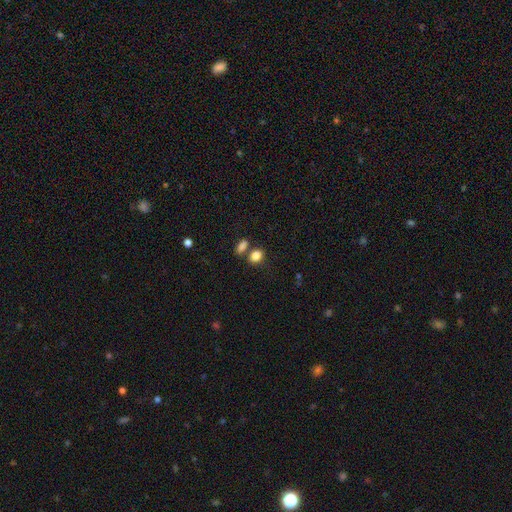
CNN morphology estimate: The model was most divided on "merging": none: 60%, merger: 25%, minor disturbance: 12%, major disturbance: 4%. More confident: smooth or featured — smooth (85%); how rounded — in between (67%).